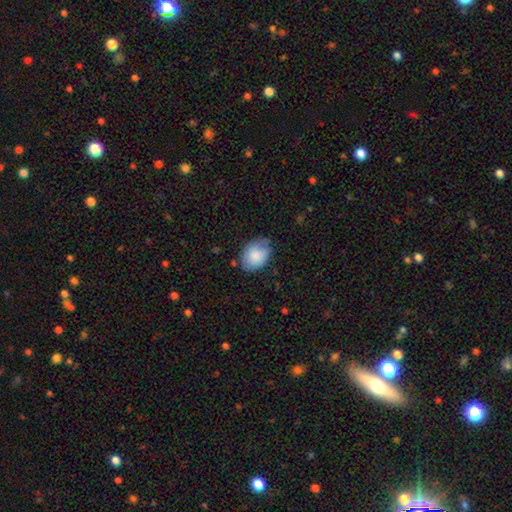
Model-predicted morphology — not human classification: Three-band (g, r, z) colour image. It shows a smooth galaxy with no disk features (80%) that is in between round and cigar-shaped (71%). Merging: none (57%).